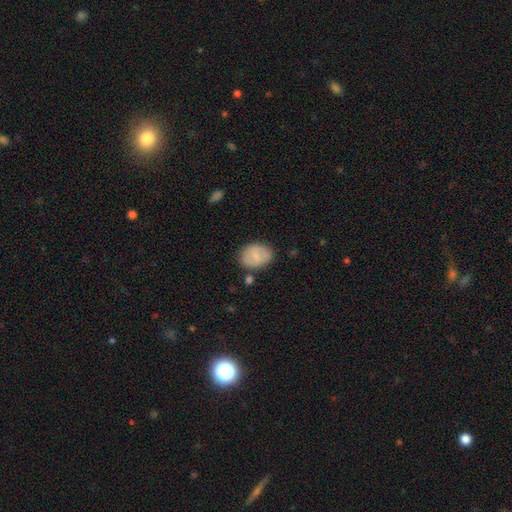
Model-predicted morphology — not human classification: This is likely a smooth galaxy (73%). How rounded: likely in between (64%). Merging: likely none (74%).